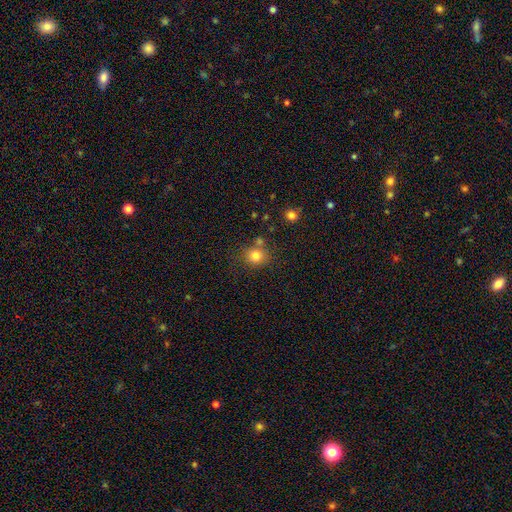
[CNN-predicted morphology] A smooth galaxy with no disk features (79%) that is round (83%).

Vote fractions:
- Smooth or featured? smooth: 79% / star or artifact: 13% / featured or disk: 8%
- How rounded? round: 83% / in between: 16% / cigar-shaped: 1%
- Merging? none: 72% / merger: 13% / minor disturbance: 11% / major disturbance: 4%